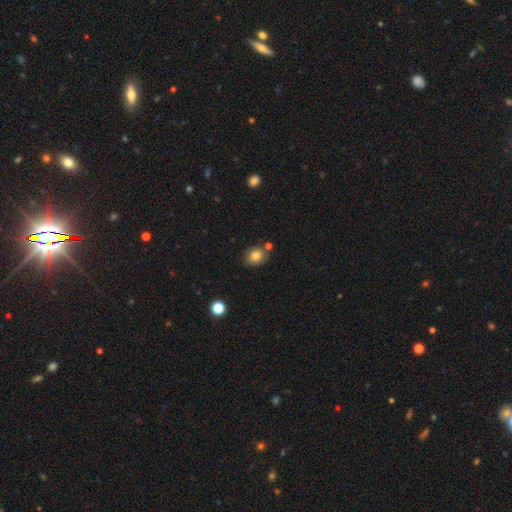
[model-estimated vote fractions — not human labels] A smooth galaxy with no disk features (80%) that is round (67%). Merging: none (75%).